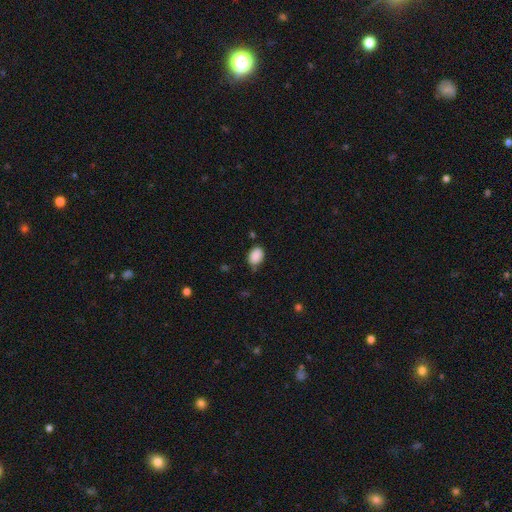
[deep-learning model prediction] Q: Smooth or featured?
A: smooth (88%); runner-up: star or artifact (8%)
Q: How rounded?
A: in between (75%); runner-up: round (24%)
Q: Merging?
A: none (70%); runner-up: minor disturbance (22%)